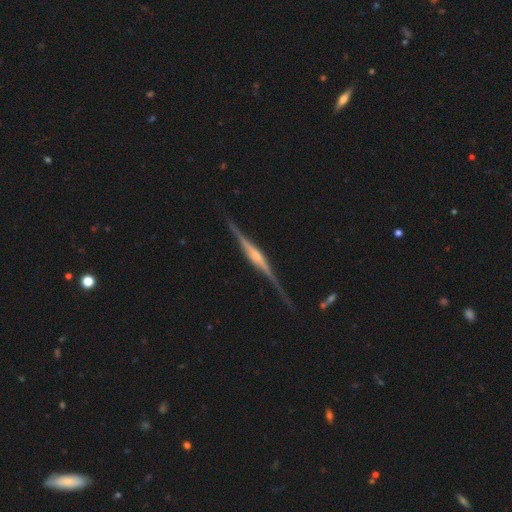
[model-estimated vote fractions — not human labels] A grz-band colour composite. It shows a featured or disk galaxy (86%) viewed edge-on (98%) with a rounded central bulge (66%). Merging: none (85%).